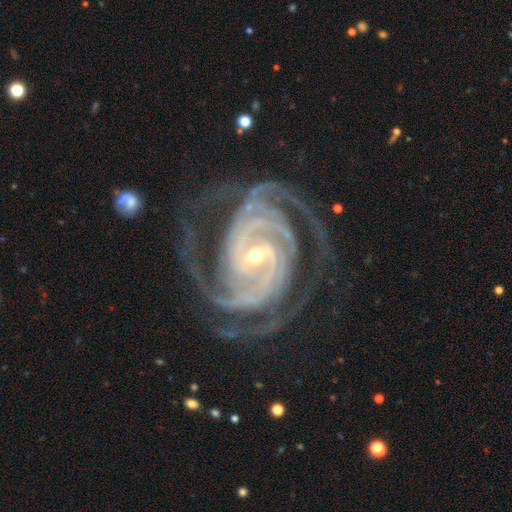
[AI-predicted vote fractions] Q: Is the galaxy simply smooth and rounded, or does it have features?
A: featured or disk — 94%.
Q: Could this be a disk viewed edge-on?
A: no — 98%.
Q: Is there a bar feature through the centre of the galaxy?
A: weak — 36%.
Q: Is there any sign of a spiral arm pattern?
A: yes — 99%.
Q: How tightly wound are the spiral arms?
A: tight — 69%.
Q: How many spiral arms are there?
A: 3 — 28%.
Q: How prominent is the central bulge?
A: small — 66%.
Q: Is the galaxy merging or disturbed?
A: none — 72%.